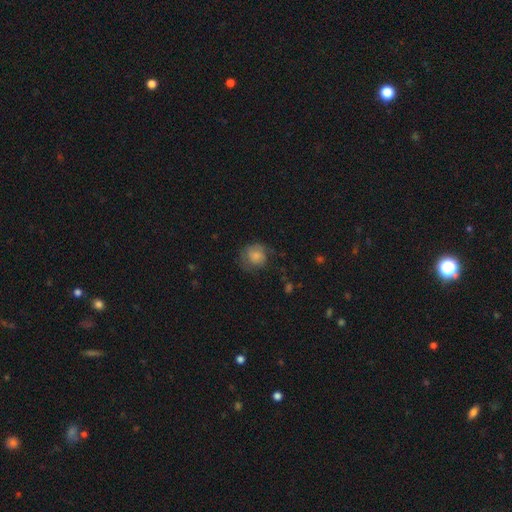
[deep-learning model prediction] Q: Smooth or featured?
A: smooth (74%); runner-up: featured or disk (18%)
Q: How rounded?
A: round (80%); runner-up: in between (19%)
Q: Merging?
A: none (56%); runner-up: minor disturbance (26%)